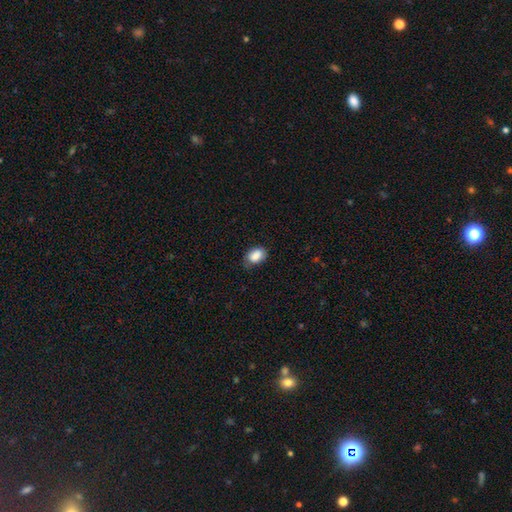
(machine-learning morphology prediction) Q: Smooth or featured?
A: smooth (86%); runner-up: star or artifact (8%)
Q: How rounded?
A: in between (84%); runner-up: round (15%)
Q: Merging?
A: none (68%); runner-up: minor disturbance (26%)